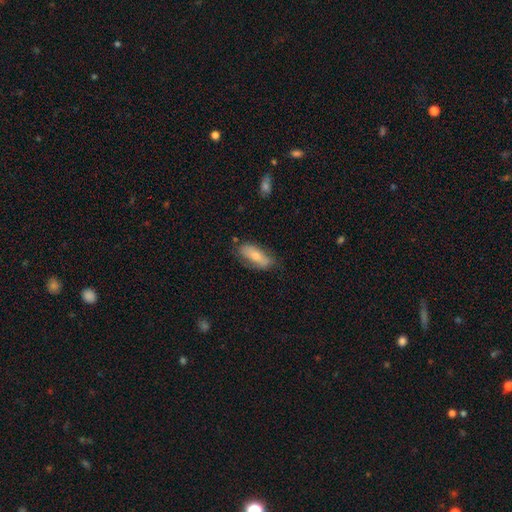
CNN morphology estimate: This is likely a smooth galaxy (67%). How rounded: likely in between (76%). Merging: likely none (69%).